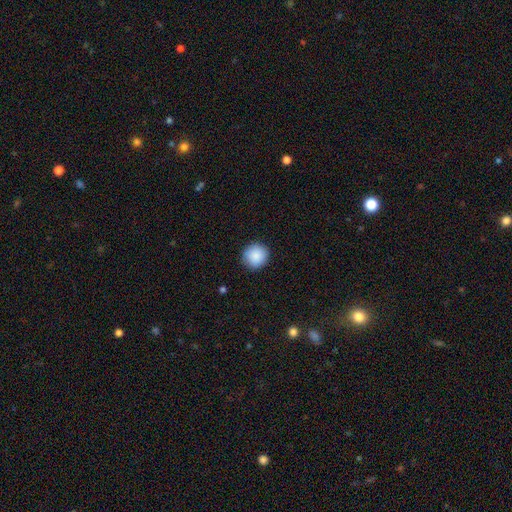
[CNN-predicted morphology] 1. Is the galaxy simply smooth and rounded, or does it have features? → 89% smooth, 7% star or artifact, 4% featured or disk.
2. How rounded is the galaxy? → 94% round, 5% in between, 1% cigar-shaped.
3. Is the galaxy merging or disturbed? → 90% none, 7% minor disturbance, 2% major disturbance, 1% merger.